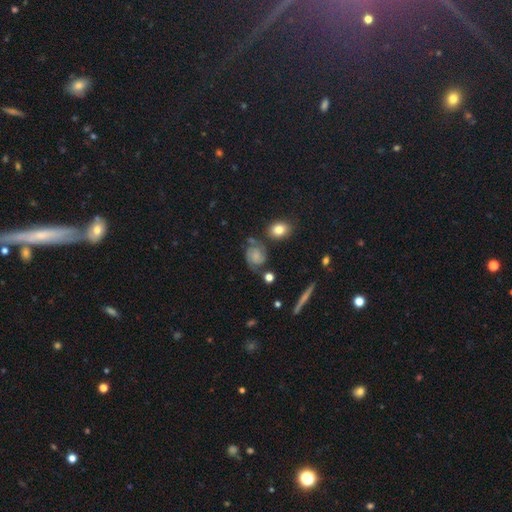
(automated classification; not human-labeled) Smooth or featured? Predicted: featured or disk (p=0.67). Edge-on disk? Predicted: no (p=0.96). Bar? Predicted: no (p=0.65). Spiral arms? Predicted: yes (p=0.92). Spiral winding? Predicted: medium (p=0.44). Spiral arm count? Predicted: 2 (p=0.77). Bulge size? Predicted: none (p=0.46). Merging? Predicted: none (p=0.61).